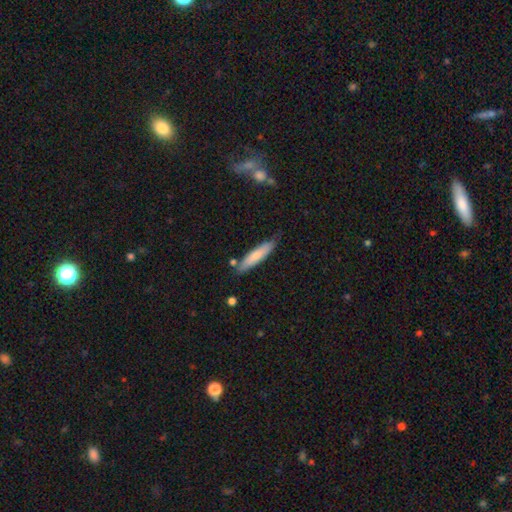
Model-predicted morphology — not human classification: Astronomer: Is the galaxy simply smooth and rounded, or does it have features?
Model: smooth — 73%.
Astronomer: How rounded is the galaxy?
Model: cigar-shaped — 79%.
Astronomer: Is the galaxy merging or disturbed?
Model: none — 75%.